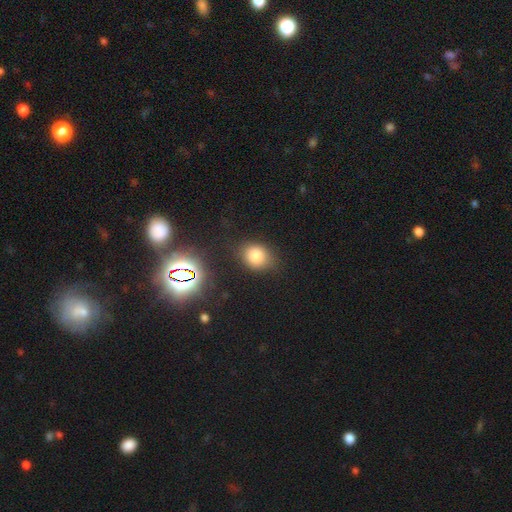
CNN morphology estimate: smooth-or-featured: smooth: 78% | star or artifact: 15% | featured or disk: 8%
  how-rounded: round: 53% | in between: 46% | cigar-shaped: 1%
  merging: none: 74% | minor disturbance: 18% | major disturbance: 5% | merger: 3%